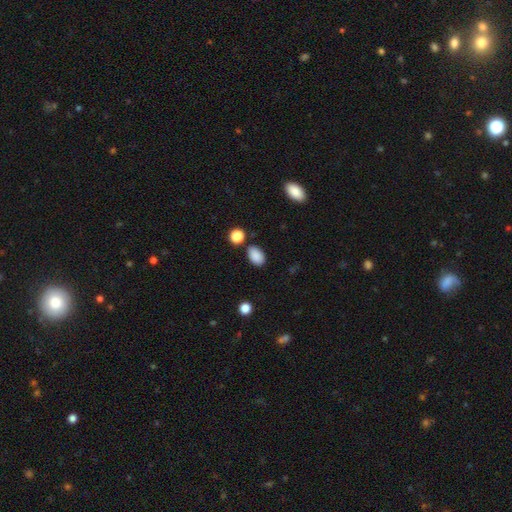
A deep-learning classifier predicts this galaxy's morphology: A smooth galaxy with no disk features (88%) that is in between round and cigar-shaped (90%).

Vote fractions:
- Smooth or featured? smooth: 88% / star or artifact: 8% / featured or disk: 4%
- How rounded? in between: 90% / round: 9% / cigar-shaped: 1%
- Merging? none: 82% / minor disturbance: 11% / merger: 5% / major disturbance: 3%